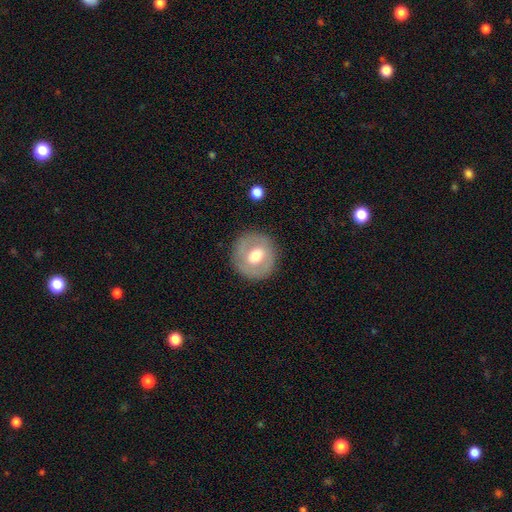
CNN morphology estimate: Smooth or featured? Predicted: smooth (p=0.50). How rounded? Predicted: round (p=0.90). Merging? Predicted: none (p=0.87).